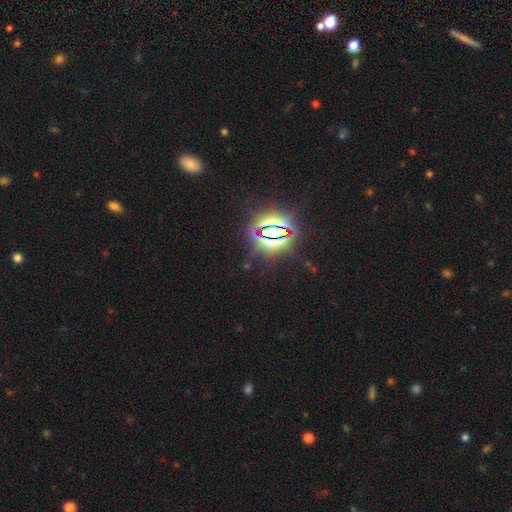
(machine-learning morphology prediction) Smooth or featured? star or artifact (84%)